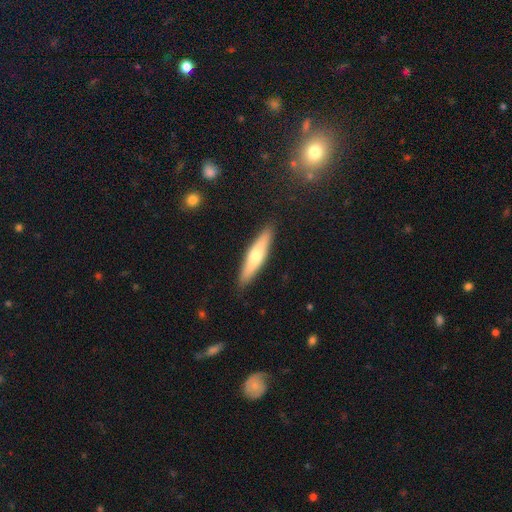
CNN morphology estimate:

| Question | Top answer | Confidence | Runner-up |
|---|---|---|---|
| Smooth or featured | smooth | 55% | featured or disk (39%) |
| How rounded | cigar-shaped | 80% | in between (18%) |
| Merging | none | 89% | minor disturbance (8%) |